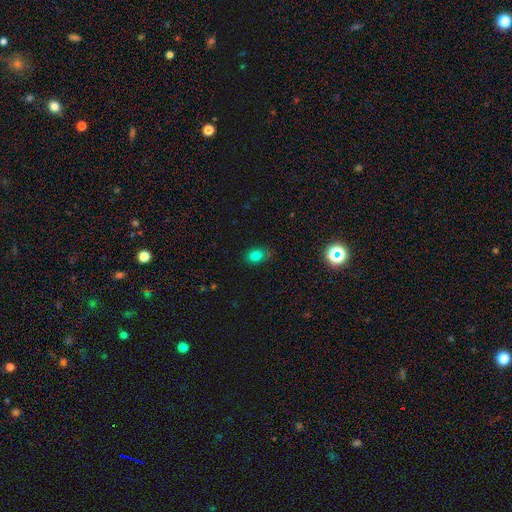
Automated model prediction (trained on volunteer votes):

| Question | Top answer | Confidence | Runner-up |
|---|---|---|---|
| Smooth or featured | smooth | 79% | star or artifact (14%) |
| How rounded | in between | 64% | round (34%) |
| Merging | none | 75% | minor disturbance (18%) |